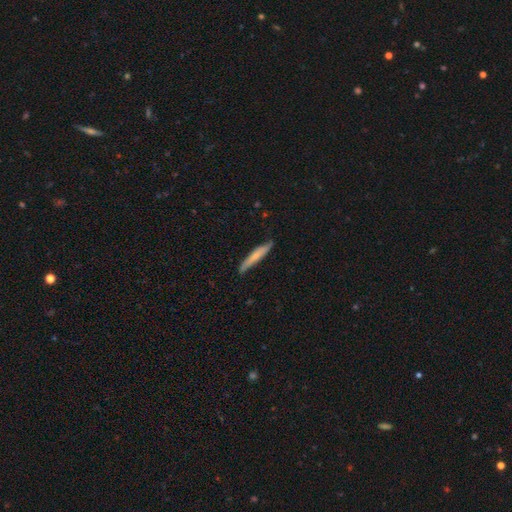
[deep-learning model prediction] Overall: smooth (62%; featured or disk 32%). How rounded: cigar-shaped (93%). Merging: none (81%).